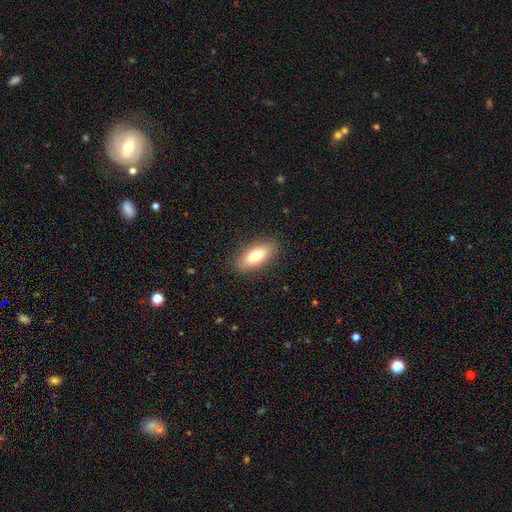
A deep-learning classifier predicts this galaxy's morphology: Overall: smooth (79%). How rounded: in between (82%). Merging: none (88%).